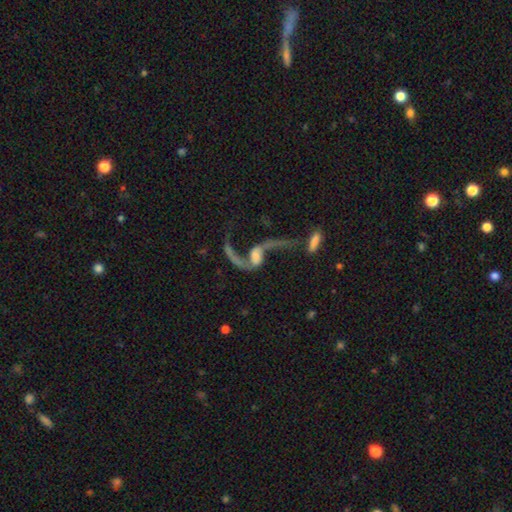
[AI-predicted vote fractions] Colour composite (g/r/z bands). It shows a featured or disk galaxy (85%) with no bar (42%), 2 (87%) loose (93%) spiral arms (91%) and a moderate central bulge (29%). Merging: none (37%).